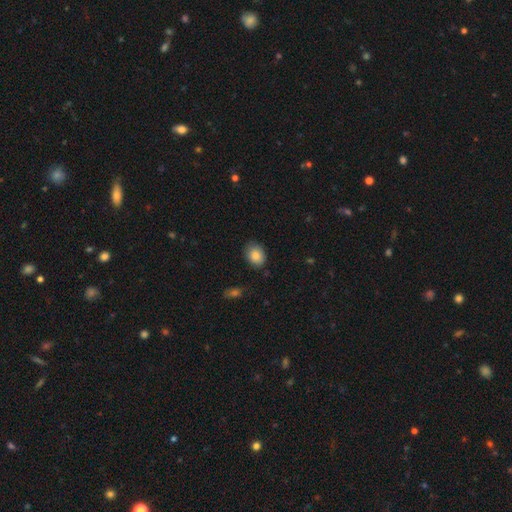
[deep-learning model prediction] smooth 85%, star or artifact 8%, featured or disk 7%. Down the decision tree: how rounded — in between (58%); merging — none (79%).